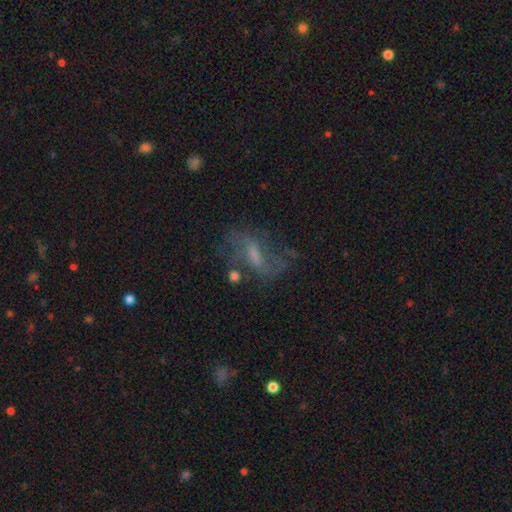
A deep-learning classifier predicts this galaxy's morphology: A featured or disk galaxy (58%) with a weak bar (44%), spiral arms (57%) and no central bulge (33%).

Vote fractions:
- Smooth or featured? featured or disk: 58% / smooth: 29% / star or artifact: 13%
- Edge-on disk? no: 91% / yes: 9%
- Bar? weak: 44% / no: 28% / strong: 28%
- Spiral arms? yes: 57% / no: 43%
- Bulge size? none: 33% / small: 31% / moderate: 28% / large: 6% / dominant: 1%
- Merging? none: 46% / major disturbance: 28% / minor disturbance: 20% / merger: 6%